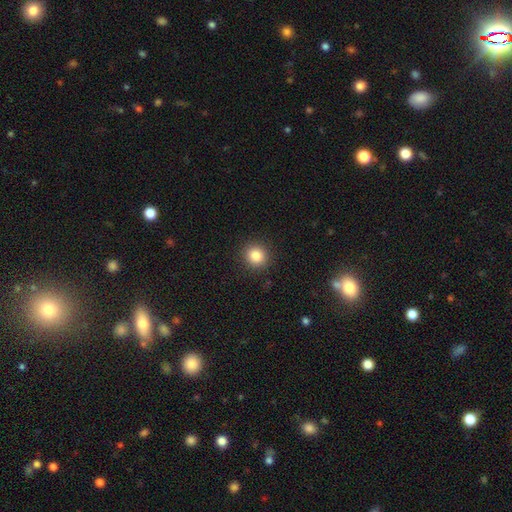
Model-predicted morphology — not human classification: Smooth or featured? Predicted: smooth (p=0.84). How rounded? Predicted: round (p=0.90). Merging? Predicted: none (p=0.91).